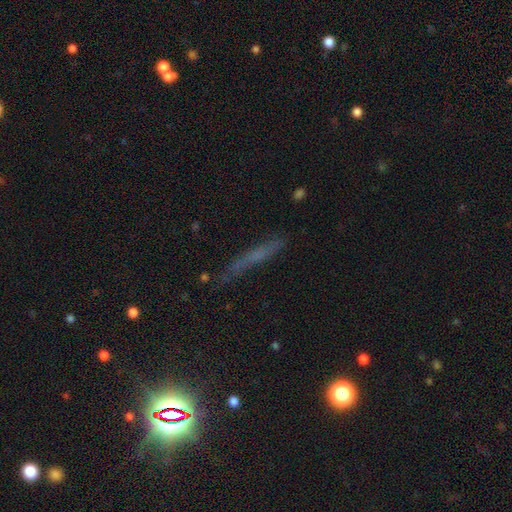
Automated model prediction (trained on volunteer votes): Overall: smooth (39%; featured or disk 38%). Merging: none (73%).